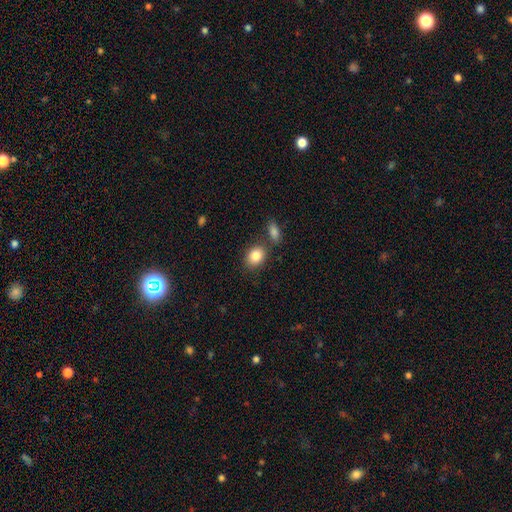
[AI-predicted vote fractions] A smooth galaxy with no disk features (85%) that is in between round and cigar-shaped (61%). Merging: none (71%).